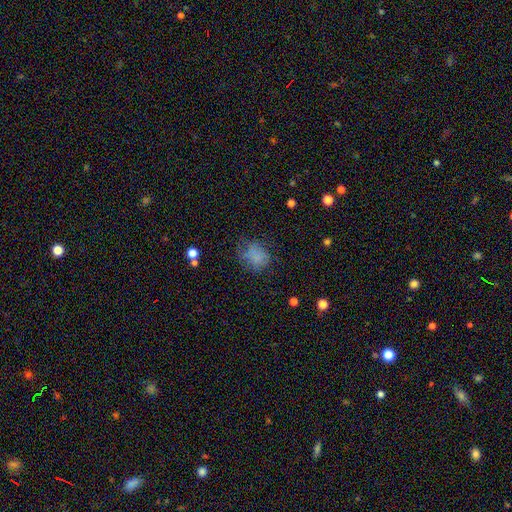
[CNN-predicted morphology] Q: Smooth or featured?
A: smooth (65%); runner-up: featured or disk (20%)
Q: How rounded?
A: round (55%); runner-up: in between (44%)
Q: Merging?
A: none (53%); runner-up: minor disturbance (25%)